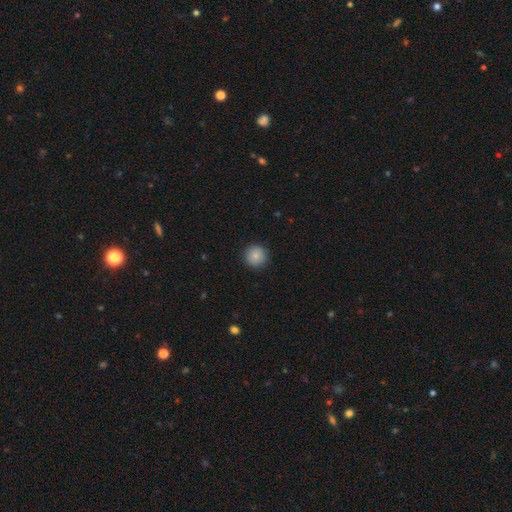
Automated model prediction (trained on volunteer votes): Smooth or featured: smooth — 85% (star or artifact — 9%)
How rounded: round — 95% (in between — 4%)
Merging: none — 91% (minor disturbance — 6%)